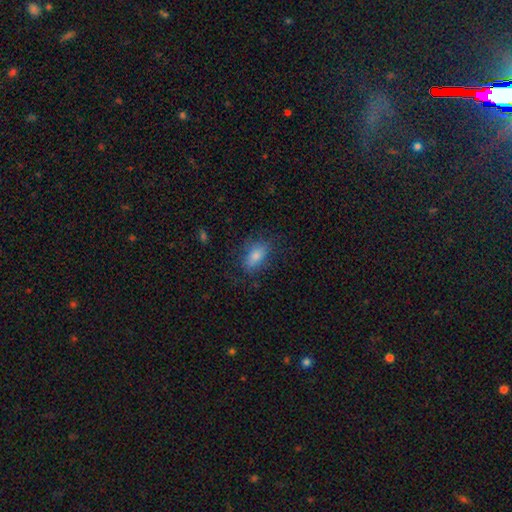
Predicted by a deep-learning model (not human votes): Smooth or featured?
  - smooth: 76% *
  - featured or disk: 14%
  - star or artifact: 10%
How rounded?
  - in between: 84% *
  - round: 9%
  - cigar-shaped: 7%
Merging?
  - none: 74% *
  - minor disturbance: 18%
  - major disturbance: 7%
  - merger: 1%